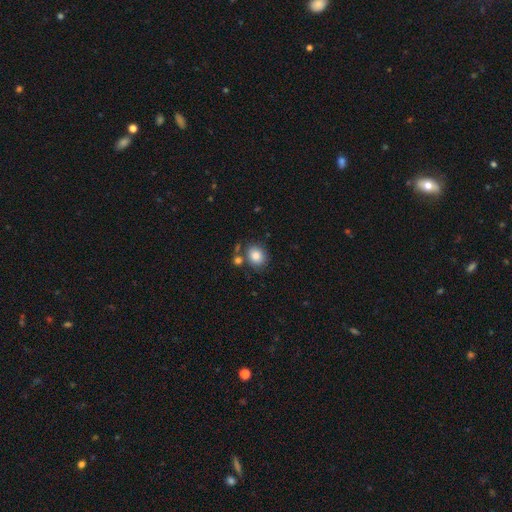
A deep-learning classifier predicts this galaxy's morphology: Smooth or featured: smooth — 83% (star or artifact — 9%)
How rounded: round — 62% (in between — 37%)
Merging: none — 69% (merger — 14%)